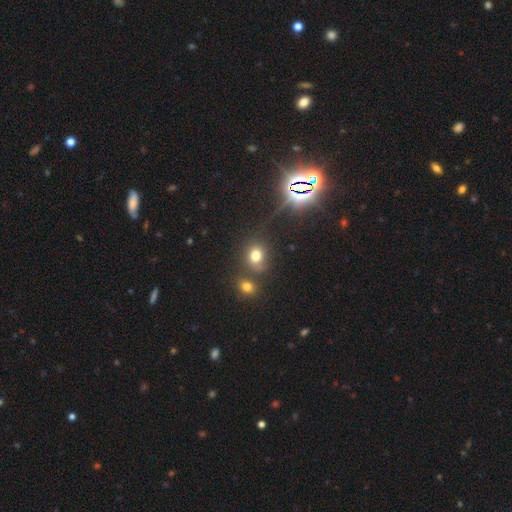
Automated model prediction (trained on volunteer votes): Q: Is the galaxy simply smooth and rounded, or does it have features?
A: smooth — 69%.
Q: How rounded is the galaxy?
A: round — 63%.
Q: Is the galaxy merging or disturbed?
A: none — 63%.